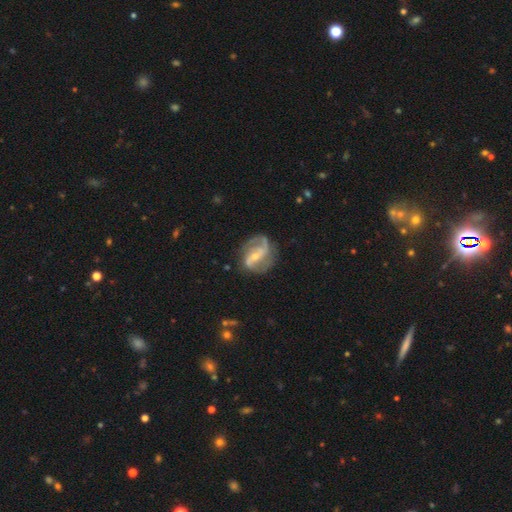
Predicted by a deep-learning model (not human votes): Smooth or featured? Predicted: featured or disk (p=0.88). Edge-on disk? Predicted: no (p=0.97). Bar? Predicted: weak (p=0.41). Spiral arms? Predicted: yes (p=0.96). Spiral winding? Predicted: medium (p=0.47). Spiral arm count? Predicted: 2 (p=0.81). Bulge size? Predicted: small (p=0.61). Merging? Predicted: none (p=0.70).